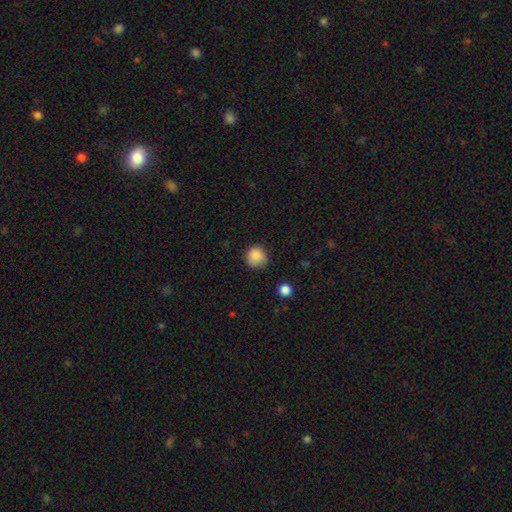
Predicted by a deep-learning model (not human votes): Smooth or featured: smooth — 87% (star or artifact — 9%)
How rounded: round — 93% (in between — 6%)
Merging: none — 80% (minor disturbance — 15%)